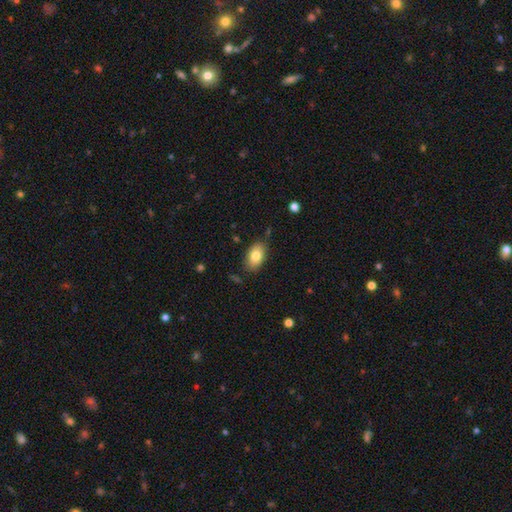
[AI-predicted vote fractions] Morphology: type=smooth (80%); roundness=in between (91%); merging=none (79%).